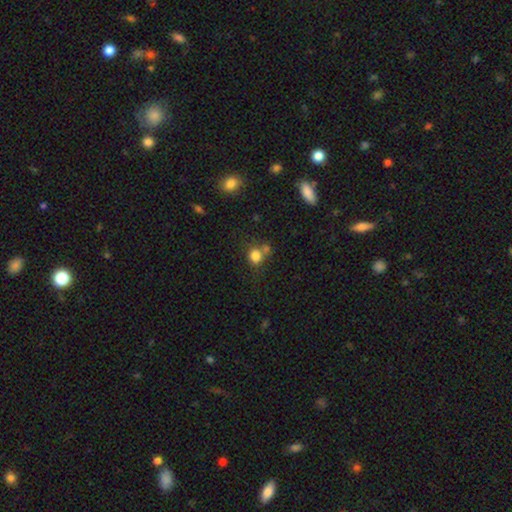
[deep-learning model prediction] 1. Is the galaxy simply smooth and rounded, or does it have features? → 81% smooth, 12% star or artifact, 7% featured or disk.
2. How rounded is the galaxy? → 79% round, 20% in between, 1% cigar-shaped.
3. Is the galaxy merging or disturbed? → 56% none, 27% merger, 12% minor disturbance, 5% major disturbance.